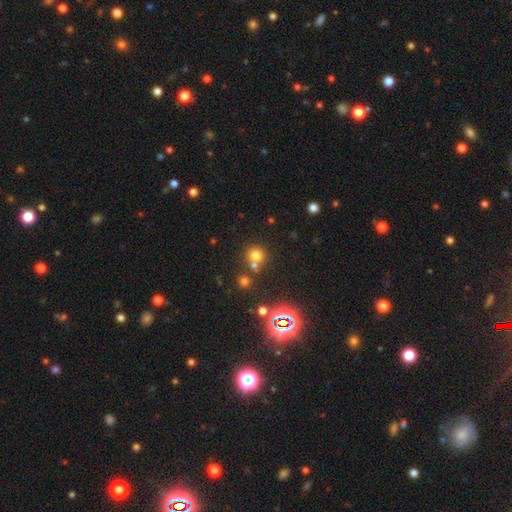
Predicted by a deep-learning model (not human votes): This appears to be a smooth galaxy with no disk features (68%) that is round (88%). Merging: none (60%).